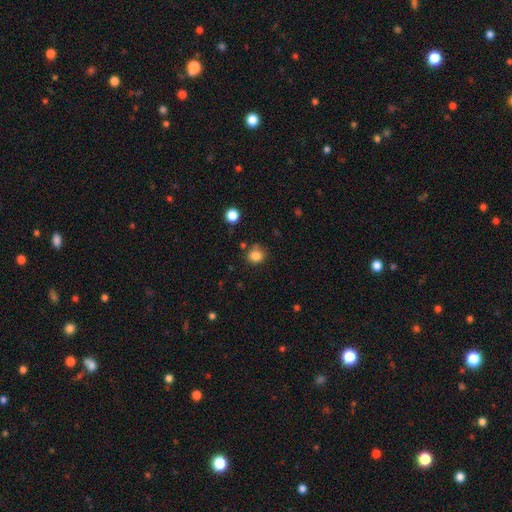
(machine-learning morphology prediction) This is clearly a smooth galaxy (83%). How rounded: likely round (72%). Merging: likely none (72%).